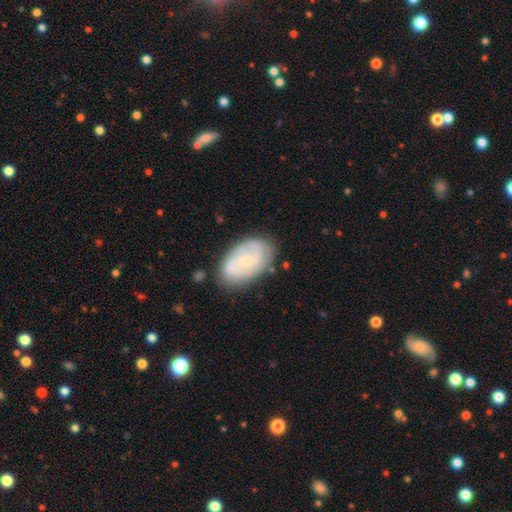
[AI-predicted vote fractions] smooth-or-featured: featured or disk: 69% | smooth: 26% | star or artifact: 5%
  disk-edge-on: no: 97% | yes: 3%
    bar: no: 58% | weak: 36% | strong: 6%
    has-spiral-arms: yes: 86% | no: 14%
      spiral-winding: medium: 44% | tight: 39% | loose: 17%
      spiral-arm-count: 2: 66% | can't tell: 20% | 3: 7% | 1: 3% | 4: 2% | more than 4: 2%
    bulge-size: small: 68% | moderate: 25% | none: 5% | large: 2% | dominant: 1%
  merging: none: 74% | minor disturbance: 17% | major disturbance: 5% | merger: 3%